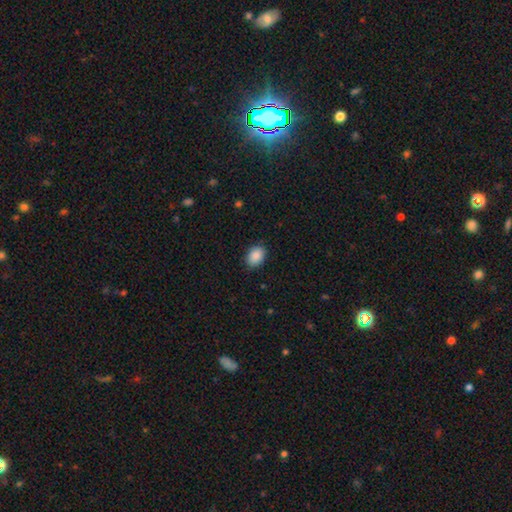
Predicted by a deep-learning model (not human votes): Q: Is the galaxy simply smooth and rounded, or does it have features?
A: smooth — 89%.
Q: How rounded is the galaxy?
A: in between — 78%.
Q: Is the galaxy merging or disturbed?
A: none — 86%.